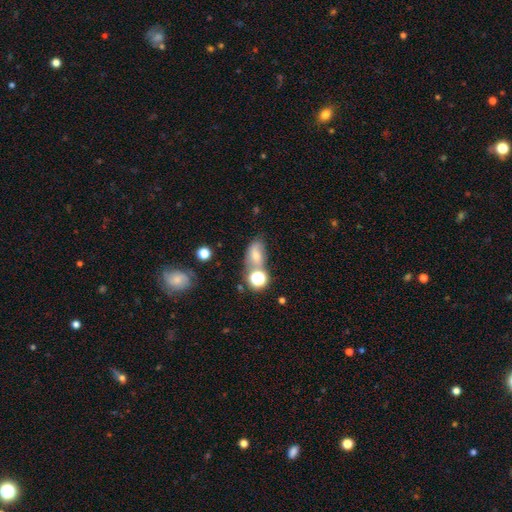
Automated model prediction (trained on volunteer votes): Smooth or featured? smooth (49%)
Merging? none (50%)